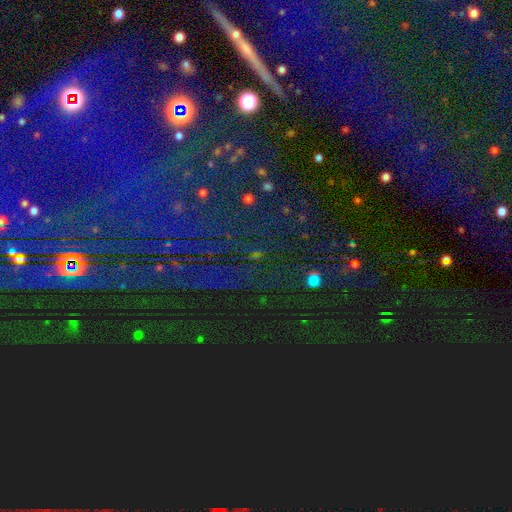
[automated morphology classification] This is clearly a star or artifact rather than a galaxy (84%).